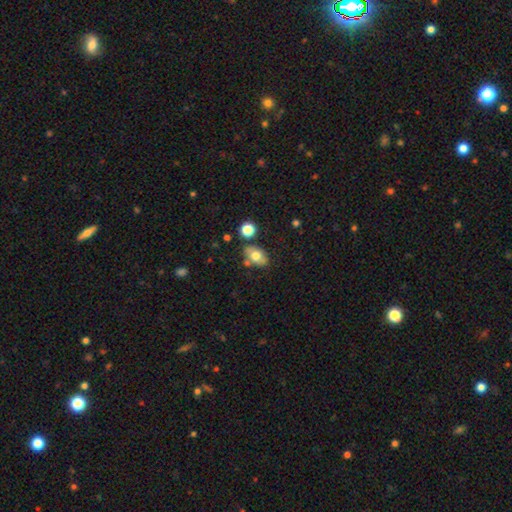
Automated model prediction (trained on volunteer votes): smooth_or_featured: smooth (p=0.67) [alt: featured or disk p=0.23]
how_rounded: in between (p=0.80) [alt: round p=0.18]
merging: none (p=0.67) [alt: minor disturbance p=0.17]